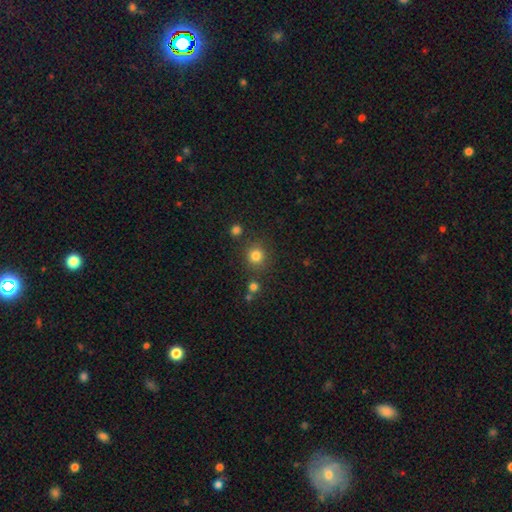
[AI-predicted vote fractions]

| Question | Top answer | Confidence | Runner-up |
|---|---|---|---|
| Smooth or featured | smooth | 81% | star or artifact (13%) |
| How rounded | round | 91% | in between (8%) |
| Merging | none | 83% | minor disturbance (8%) |